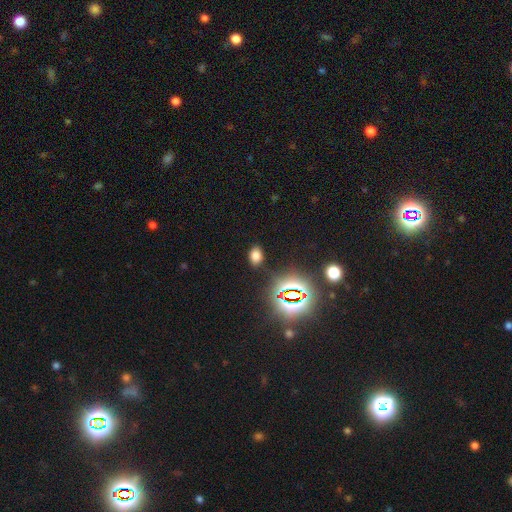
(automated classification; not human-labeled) Overall: smooth (67%). How rounded: in between (80%). Merging: none (85%).